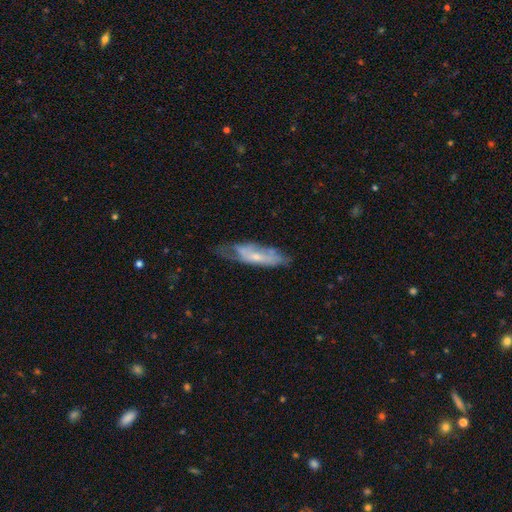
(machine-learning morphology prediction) smooth-or-featured: featured or disk: 55% | smooth: 38% | star or artifact: 7%
  disk-edge-on: no: 68% | yes: 32%
  merging: none: 48% | minor disturbance: 32% | major disturbance: 16% | merger: 3%